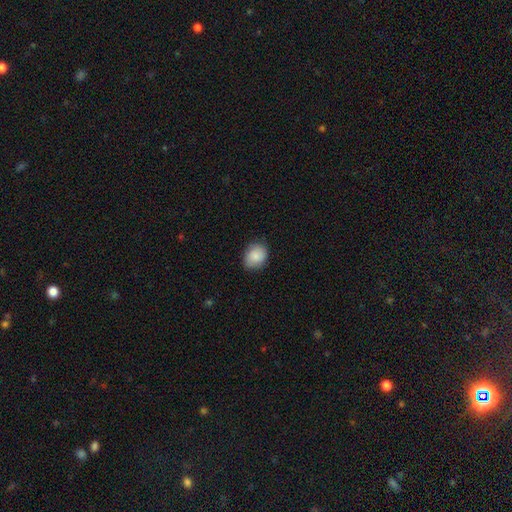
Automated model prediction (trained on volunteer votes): Smooth or featured? Predicted: smooth (p=0.86). How rounded? Predicted: round (p=0.51). Merging? Predicted: none (p=0.77).